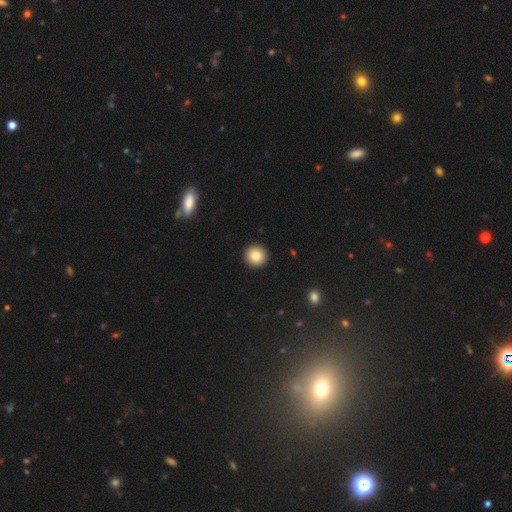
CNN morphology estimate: Smooth or featured? Predicted: smooth (p=0.84). How rounded? Predicted: round (p=0.96). Merging? Predicted: none (p=0.94).